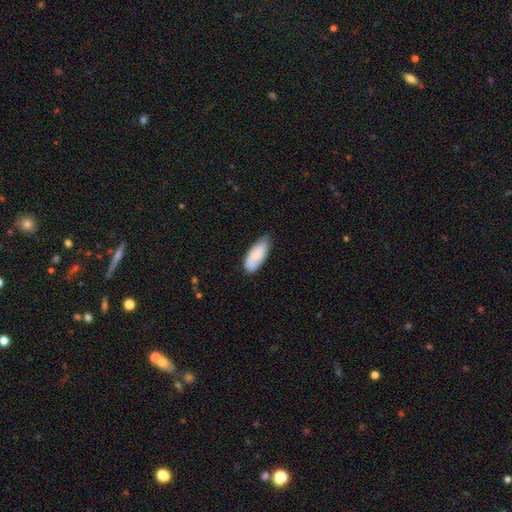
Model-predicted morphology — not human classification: A smooth galaxy with no disk features (76%) that is in between round and cigar-shaped (83%). Merging: none (64%).